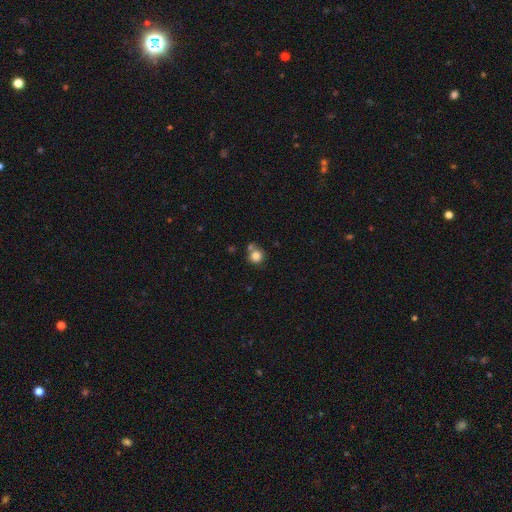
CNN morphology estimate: Overall: smooth (82%). How rounded: round (89%). Merging: none (59%; merger 24%).